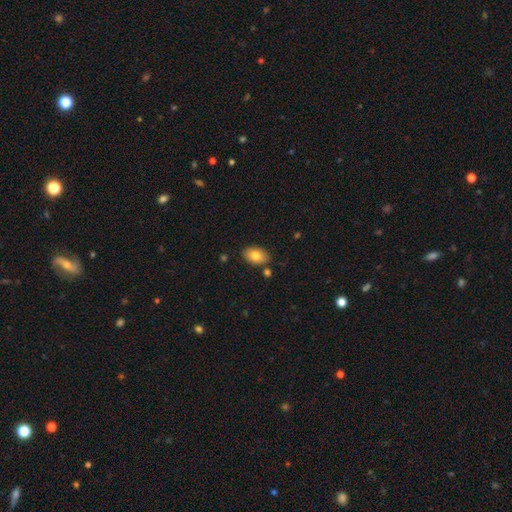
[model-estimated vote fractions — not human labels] Smooth or featured? Predicted: smooth (p=0.81). How rounded? Predicted: in between (p=0.90). Merging? Predicted: none (p=0.84).